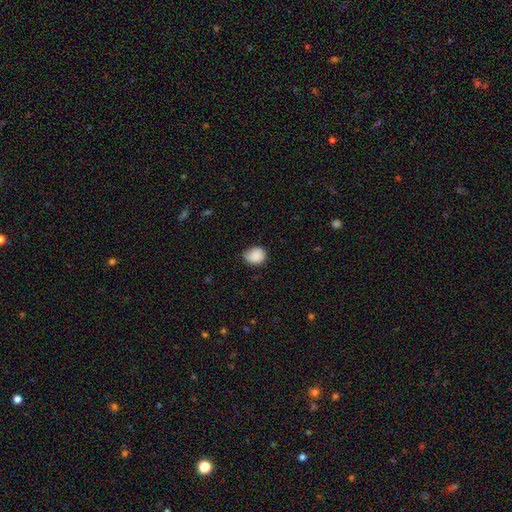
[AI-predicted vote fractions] Q: Smooth or featured?
A: smooth (87%); runner-up: star or artifact (8%)
Q: How rounded?
A: round (61%); runner-up: in between (39%)
Q: Merging?
A: none (62%); runner-up: minor disturbance (31%)